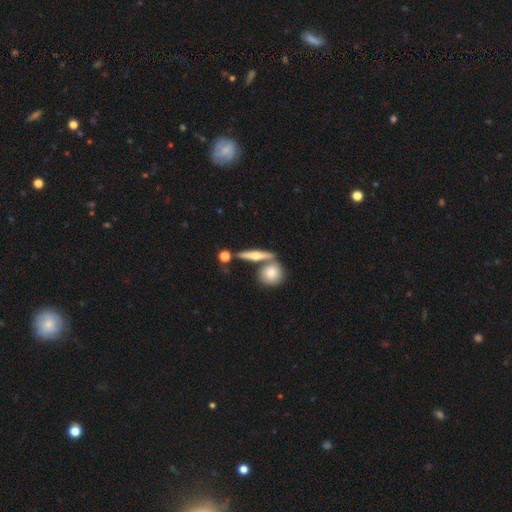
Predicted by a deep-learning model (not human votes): featured or disk 53%, smooth 40%, star or artifact 7%. Down the decision tree: edge-on disk — yes (91%); merging — none (70%).